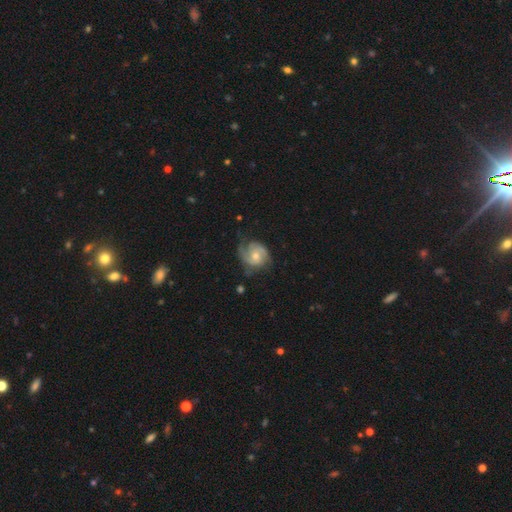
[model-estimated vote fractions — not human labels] Q: Smooth or featured?
A: featured or disk (77%); runner-up: smooth (17%)
Q: Edge-on disk?
A: no (98%); runner-up: yes (2%)
Q: Bar?
A: no (69%); runner-up: weak (27%)
Q: Spiral arms?
A: yes (94%); runner-up: no (6%)
Q: Spiral winding?
A: tight (43%); runner-up: medium (40%)
Q: Spiral arm count?
A: 2 (56%); runner-up: can't tell (15%)
Q: Bulge size?
A: moderate (58%); runner-up: small (37%)
Q: Merging?
A: none (59%); runner-up: minor disturbance (26%)